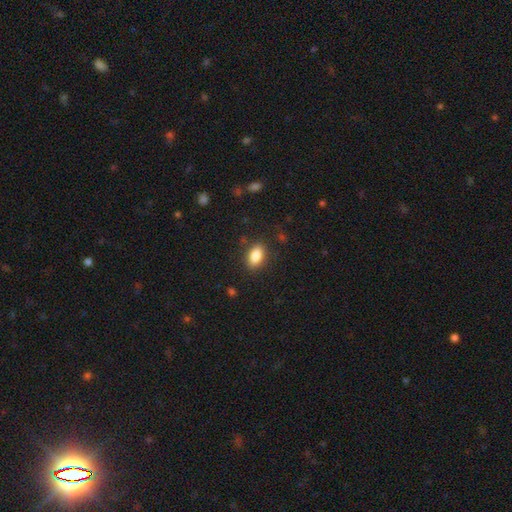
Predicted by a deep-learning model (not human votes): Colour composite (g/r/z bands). It shows a smooth galaxy with no disk features (85%) that is in between round and cigar-shaped (88%). Merging: none (86%).